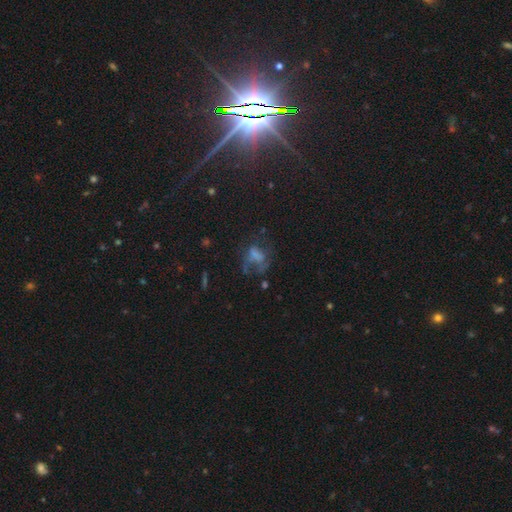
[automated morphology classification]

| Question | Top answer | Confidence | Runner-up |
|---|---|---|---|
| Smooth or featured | smooth | 42% | featured or disk (37%) |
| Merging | major disturbance | 45% | none (29%) |